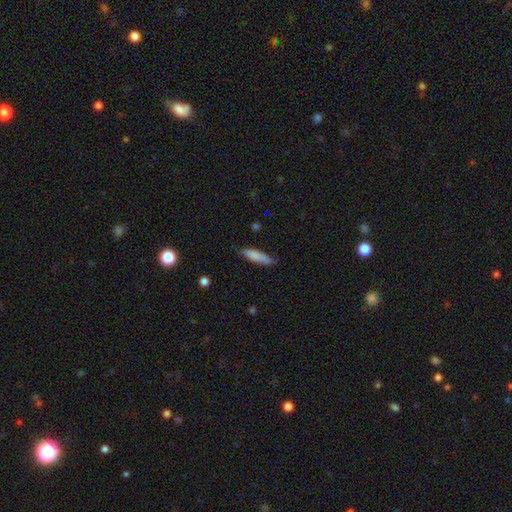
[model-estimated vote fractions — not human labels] Smooth or featured?
  - smooth: 82% *
  - featured or disk: 12%
  - star or artifact: 6%
How rounded?
  - cigar-shaped: 67% *
  - in between: 31%
  - round: 2%
Merging?
  - none: 73% *
  - minor disturbance: 22%
  - major disturbance: 4%
  - merger: 2%